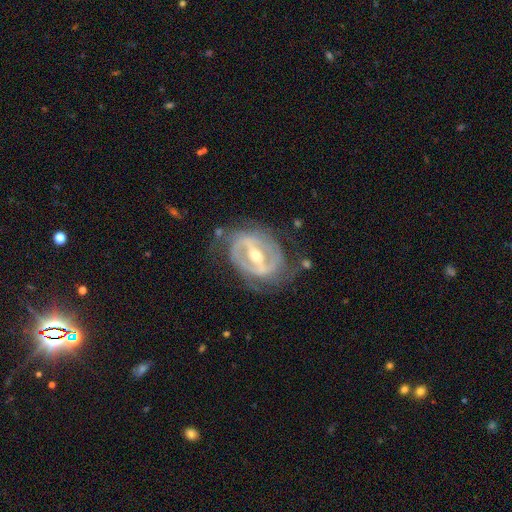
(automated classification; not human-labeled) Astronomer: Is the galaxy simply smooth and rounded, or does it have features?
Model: featured or disk — 87%.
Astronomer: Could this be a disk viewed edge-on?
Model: no — 94%.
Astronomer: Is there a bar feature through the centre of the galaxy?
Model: strong — 71%.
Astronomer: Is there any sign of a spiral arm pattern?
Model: yes — 76%.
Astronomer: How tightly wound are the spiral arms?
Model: tight — 52% (runner-up: medium, 34%).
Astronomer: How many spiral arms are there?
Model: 2 — 63%.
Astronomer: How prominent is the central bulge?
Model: moderate — 67%.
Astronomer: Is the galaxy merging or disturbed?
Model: none — 66%.